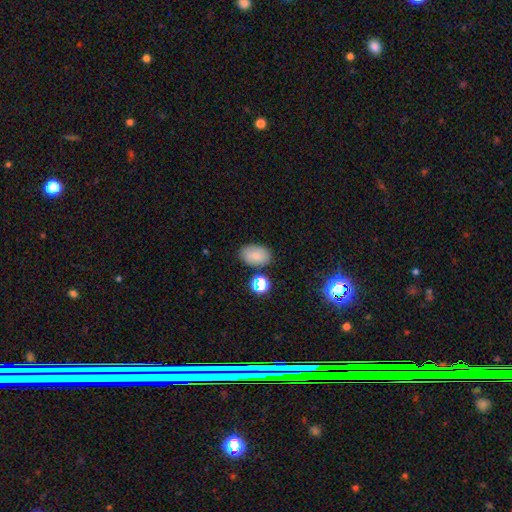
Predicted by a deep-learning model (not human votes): smooth-or-featured: smooth: 80% | star or artifact: 11% | featured or disk: 9%
  how-rounded: in between: 88% | round: 11% | cigar-shaped: 1%
  merging: none: 78% | minor disturbance: 13% | merger: 5% | major disturbance: 3%